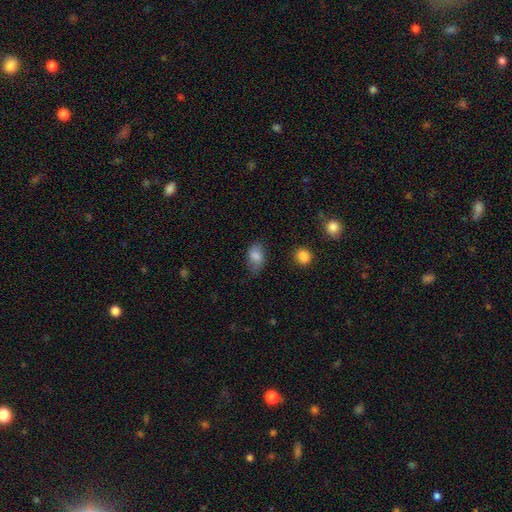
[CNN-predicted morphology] smooth_or_featured: smooth (p=0.79) [alt: featured or disk p=0.12]
how_rounded: in between (p=0.87) [alt: round p=0.11]
merging: none (p=0.67) [alt: minor disturbance p=0.24]